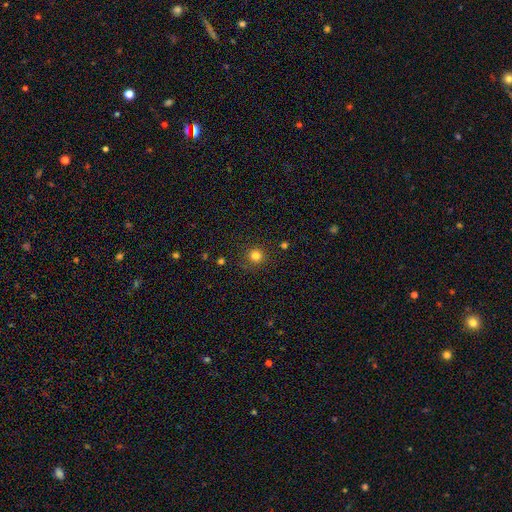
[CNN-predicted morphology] Smooth or featured: smooth — 81% (star or artifact — 14%)
How rounded: round — 92% (in between — 7%)
Merging: none — 87% (minor disturbance — 9%)